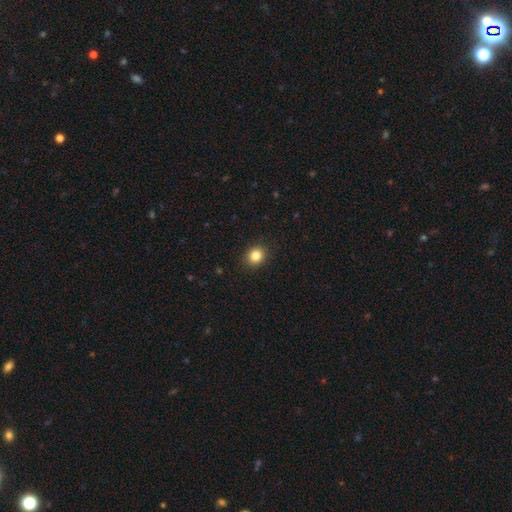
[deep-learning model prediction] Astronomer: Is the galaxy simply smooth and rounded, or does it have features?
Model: smooth — 85%.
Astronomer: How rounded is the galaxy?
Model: round — 72%.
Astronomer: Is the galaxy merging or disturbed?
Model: none — 90%.